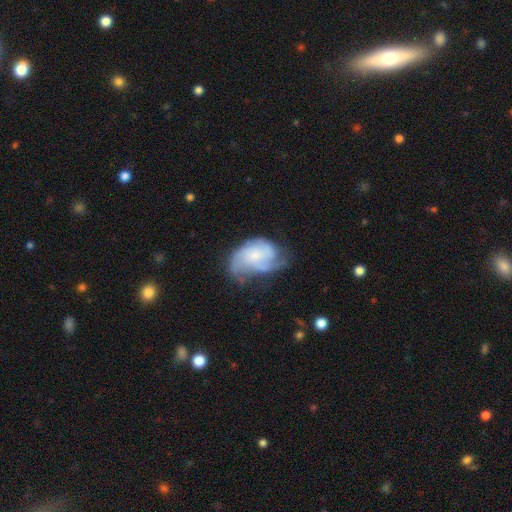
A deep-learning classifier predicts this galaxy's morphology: Q: Smooth or featured?
A: featured or disk (69%); runner-up: smooth (25%)
Q: Edge-on disk?
A: no (98%); runner-up: yes (2%)
Q: Bar?
A: no (73%); runner-up: weak (23%)
Q: Spiral arms?
A: yes (87%); runner-up: no (13%)
Q: Spiral winding?
A: medium (43%); runner-up: tight (31%)
Q: Spiral arm count?
A: 3 (31%); runner-up: can't tell (26%)
Q: Bulge size?
A: small (60%); runner-up: moderate (23%)
Q: Merging?
A: none (38%); runner-up: minor disturbance (31%)